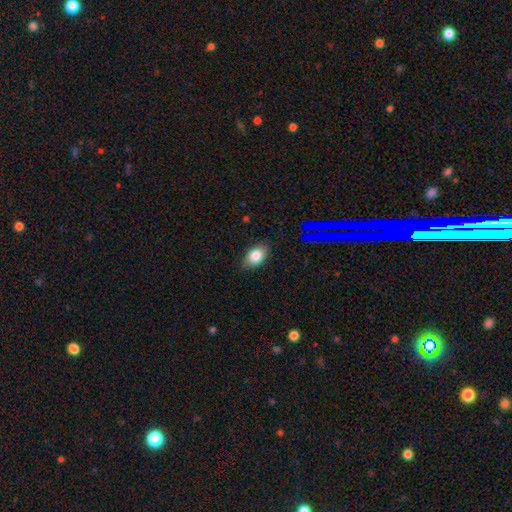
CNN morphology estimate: Smooth or featured: smooth — 81% (star or artifact — 10%)
How rounded: in between — 83% (round — 16%)
Merging: none — 83% (minor disturbance — 13%)